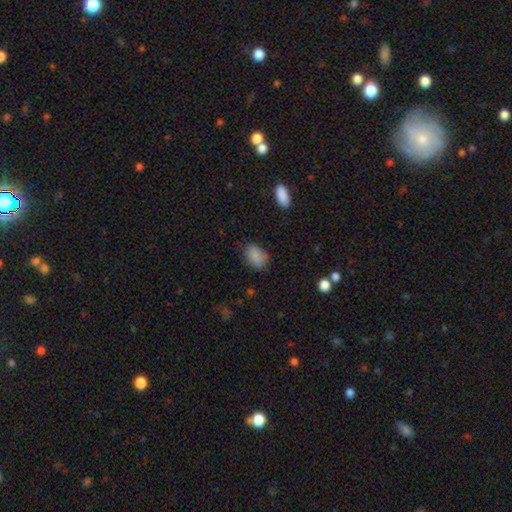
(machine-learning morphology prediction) type=smooth (86%); roundness=in between (82%); merging=none (72%).